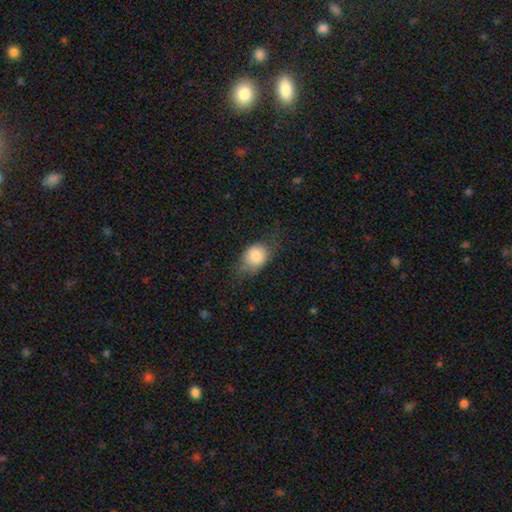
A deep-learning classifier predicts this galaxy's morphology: Smooth or featured? Predicted: smooth (p=0.78). How rounded? Predicted: in between (p=0.56). Merging? Predicted: none (p=0.49).